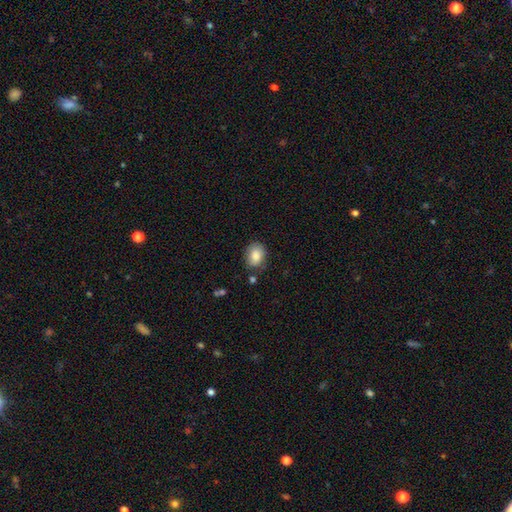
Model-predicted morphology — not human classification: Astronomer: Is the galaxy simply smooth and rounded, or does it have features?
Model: smooth — 85%.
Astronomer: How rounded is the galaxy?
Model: in between — 66%.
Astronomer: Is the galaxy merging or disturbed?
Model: none — 71%.